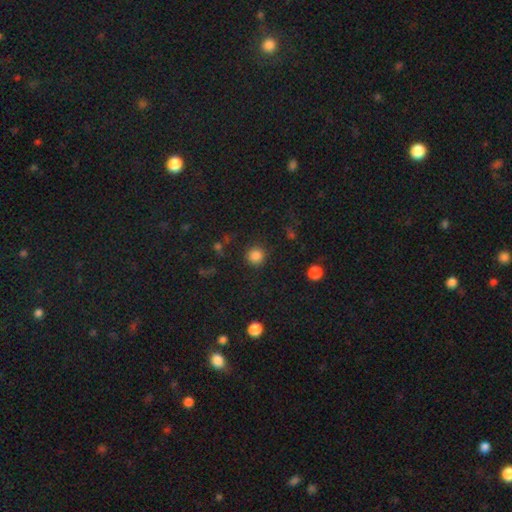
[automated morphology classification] The model was most divided on "smooth or featured": smooth: 84%, star or artifact: 12%, featured or disk: 4%. More confident: how rounded — round (94%); merging — none (88%).